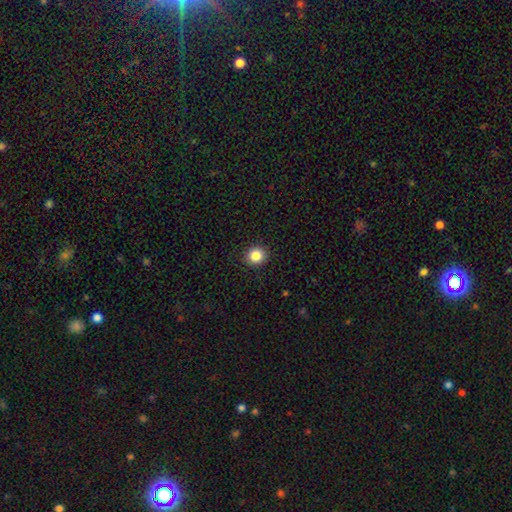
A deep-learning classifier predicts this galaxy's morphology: This appears to be a smooth galaxy with no disk features (85%) that is round (87%). Merging: none (92%).